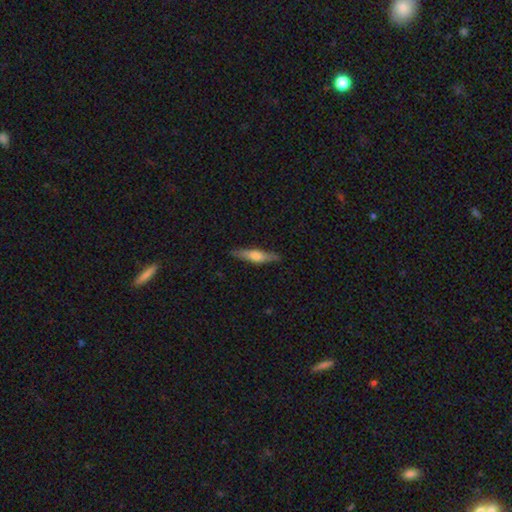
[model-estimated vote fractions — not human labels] smooth_or_featured: smooth (p=0.51) [alt: featured or disk p=0.44]
how_rounded: cigar-shaped (p=0.81) [alt: in between p=0.17]
merging: none (p=0.86) [alt: minor disturbance p=0.11]